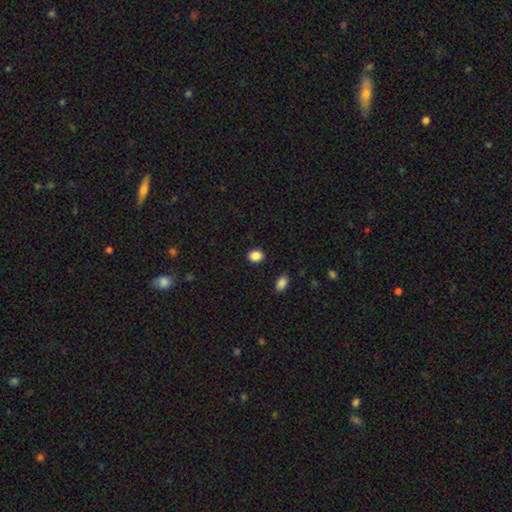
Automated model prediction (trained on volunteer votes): Smooth or featured: smooth — 88% (star or artifact — 9%)
How rounded: in between — 51% (round — 48%)
Merging: none — 89% (minor disturbance — 7%)